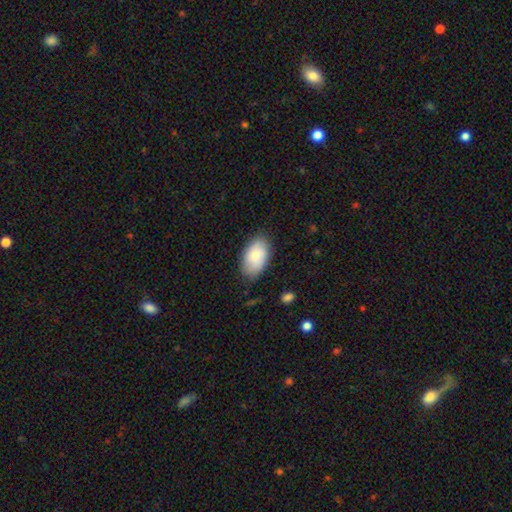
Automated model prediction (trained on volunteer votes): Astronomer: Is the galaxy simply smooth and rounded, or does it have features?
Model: smooth — 78%.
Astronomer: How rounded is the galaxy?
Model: in between — 93%.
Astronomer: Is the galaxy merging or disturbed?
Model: none — 80%.